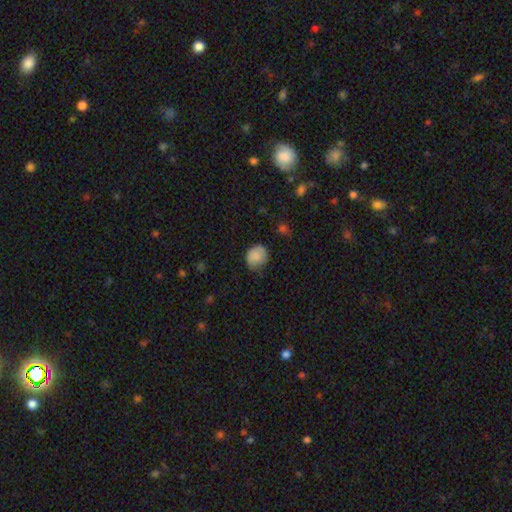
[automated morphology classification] This is clearly a smooth galaxy (84%). How rounded: likely round (74%). Merging: likely none (66%).